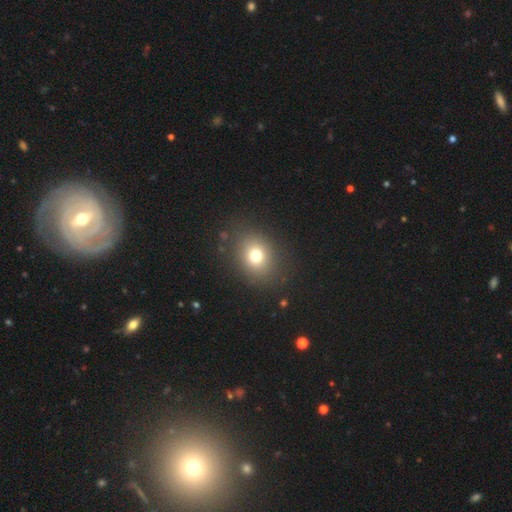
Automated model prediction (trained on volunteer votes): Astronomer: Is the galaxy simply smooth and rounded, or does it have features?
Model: smooth — 74%.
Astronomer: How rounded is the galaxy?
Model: round — 57% (runner-up: in between, 42%).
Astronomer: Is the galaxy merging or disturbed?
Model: none — 85%.